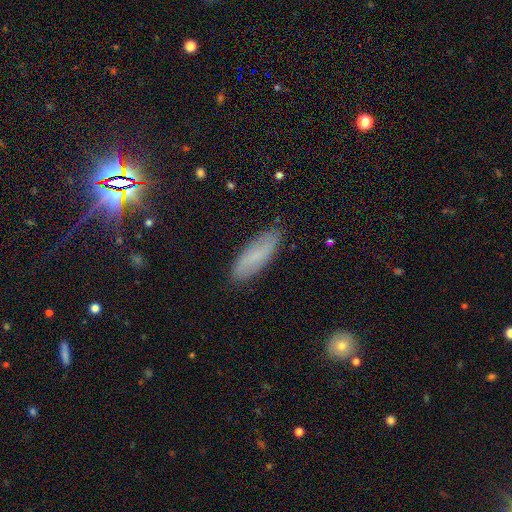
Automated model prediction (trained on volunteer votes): The model was most divided on "how rounded": in between: 57%, cigar-shaped: 40%, round: 2%. More confident: merging — none (84%); smooth or featured — smooth (62%).